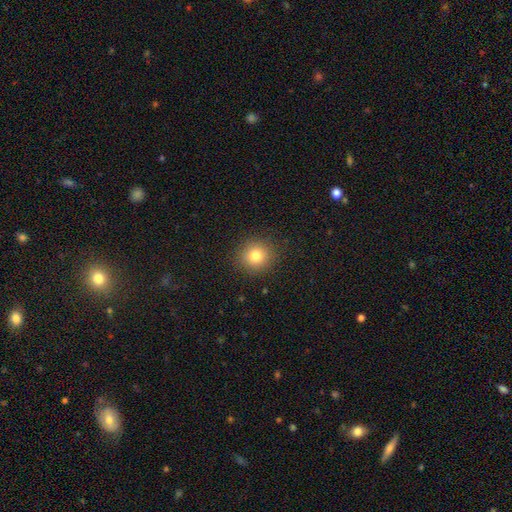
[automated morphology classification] A smooth galaxy with no disk features (79%) that is round (91%).

Vote fractions:
- Smooth or featured? smooth: 79% / star or artifact: 12% / featured or disk: 9%
- How rounded? round: 91% / in between: 8% / cigar-shaped: 1%
- Merging? none: 89% / minor disturbance: 7% / major disturbance: 3% / merger: 1%